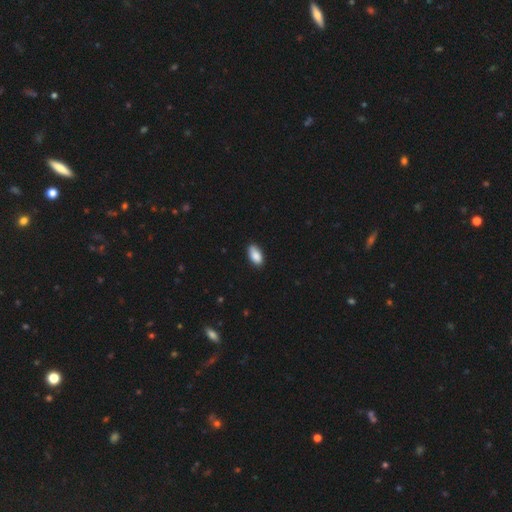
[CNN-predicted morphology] type=smooth (88%); roundness=in between (94%); merging=none (82%).